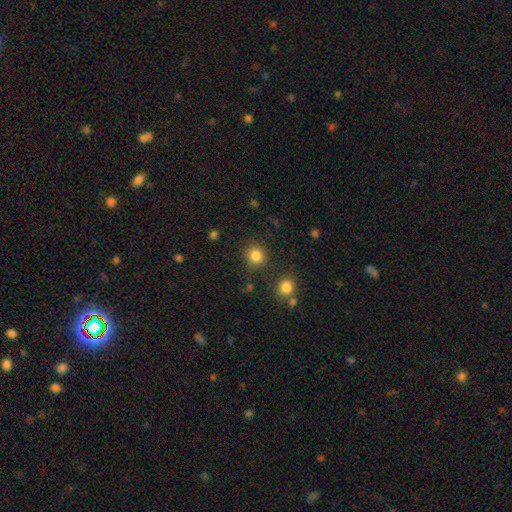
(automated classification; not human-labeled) smooth_or_featured: smooth (p=0.84) [alt: star or artifact p=0.12]
how_rounded: round (p=0.88) [alt: in between p=0.11]
merging: none (p=0.83) [alt: minor disturbance p=0.09]